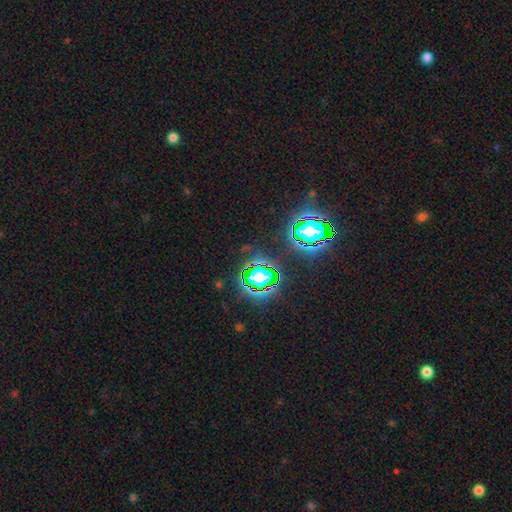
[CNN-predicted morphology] Smooth or featured?
  - star or artifact: 80% *
  - smooth: 13%
  - featured or disk: 7%